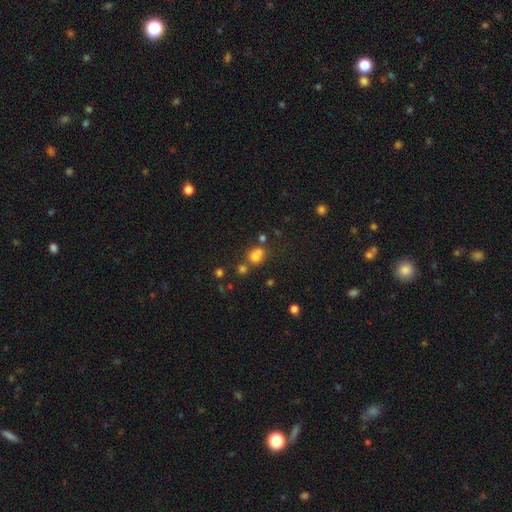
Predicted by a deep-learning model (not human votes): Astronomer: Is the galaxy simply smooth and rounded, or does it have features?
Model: smooth — 71%.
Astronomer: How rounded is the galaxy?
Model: round — 70%.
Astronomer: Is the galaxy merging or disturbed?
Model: none — 47% (runner-up: merger, 36%).